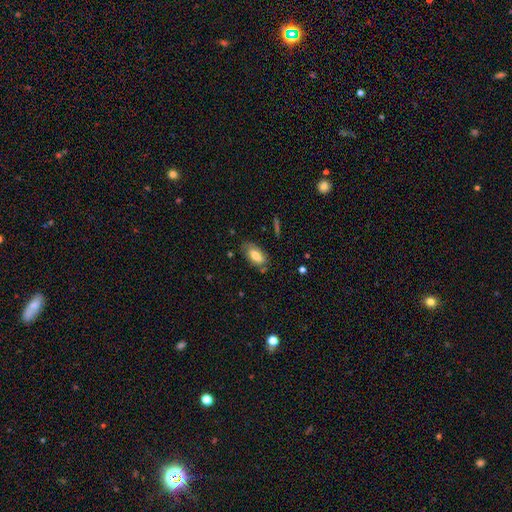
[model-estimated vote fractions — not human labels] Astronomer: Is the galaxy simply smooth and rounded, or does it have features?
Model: smooth — 71%.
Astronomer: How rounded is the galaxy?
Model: in between — 90%.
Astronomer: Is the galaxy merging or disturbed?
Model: none — 72%.